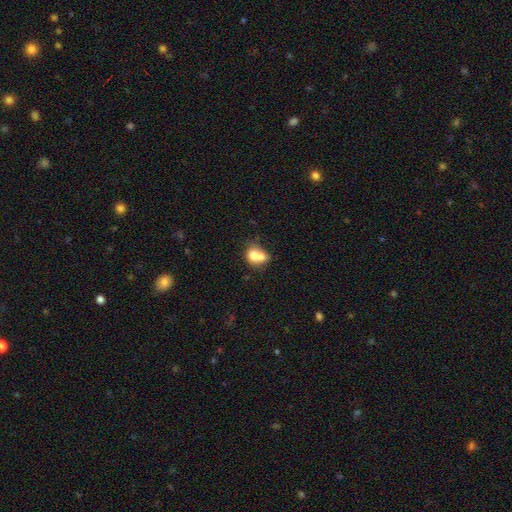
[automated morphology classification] The model was most divided on "how rounded": round: 51%, in between: 48%, cigar-shaped: 1%. More confident: smooth or featured — smooth (70%); merging — merger (62%).